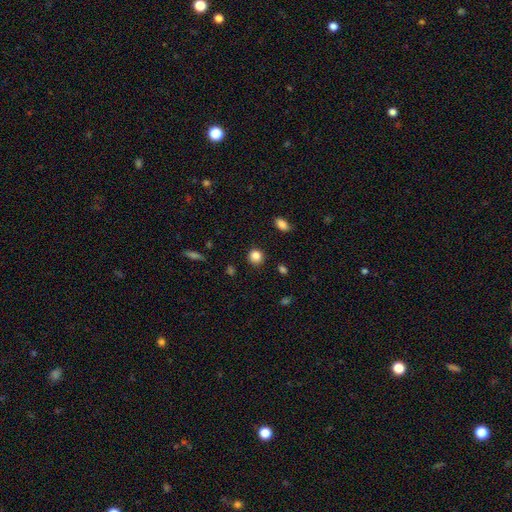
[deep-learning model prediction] Morphology: type=smooth (85%); roundness=round (89%); merging=none (90%).